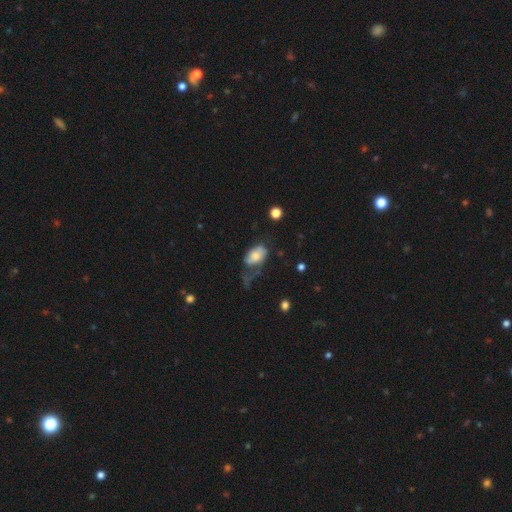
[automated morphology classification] Q: Smooth or featured?
A: smooth (65%); runner-up: featured or disk (27%)
Q: How rounded?
A: in between (90%); runner-up: round (8%)
Q: Merging?
A: major disturbance (38%); runner-up: minor disturbance (28%)